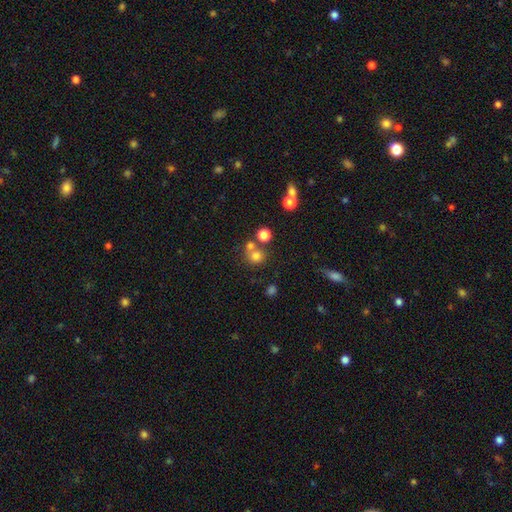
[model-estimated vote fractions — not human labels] A smooth galaxy with no disk features (73%) that is round (88%). Merging: none (57%).